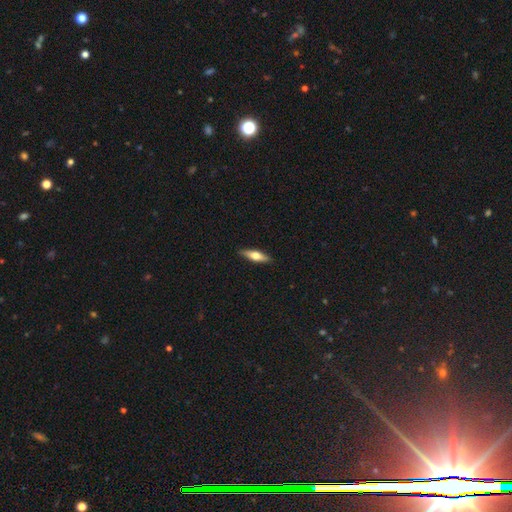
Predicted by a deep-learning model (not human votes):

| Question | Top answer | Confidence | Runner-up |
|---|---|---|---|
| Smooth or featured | smooth | 48% | featured or disk (47%) |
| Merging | none | 90% | minor disturbance (7%) |